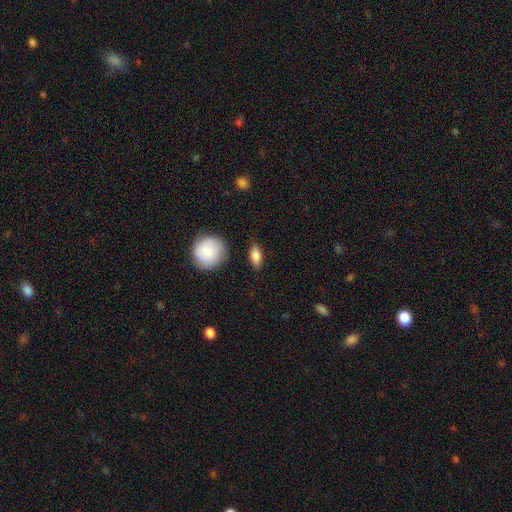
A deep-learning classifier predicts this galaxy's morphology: Smooth or featured: smooth — 81% (featured or disk — 12%)
How rounded: in between — 77% (cigar-shaped — 14%)
Merging: none — 83% (minor disturbance — 12%)